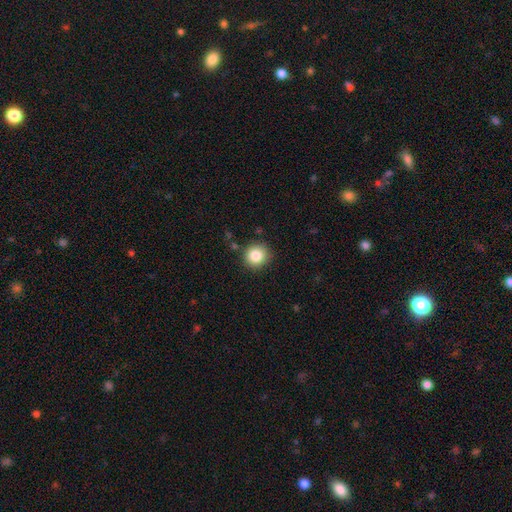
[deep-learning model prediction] This is clearly a smooth galaxy (84%). How rounded: clearly round (93%). Merging: clearly none (87%).